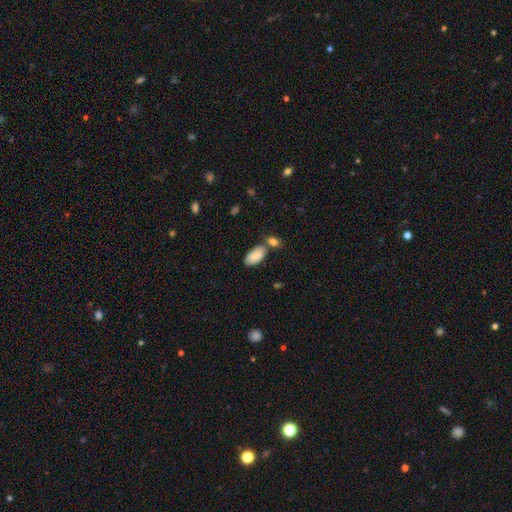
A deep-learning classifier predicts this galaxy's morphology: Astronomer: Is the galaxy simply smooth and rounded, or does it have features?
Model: smooth — 86%.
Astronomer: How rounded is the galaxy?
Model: in between — 94%.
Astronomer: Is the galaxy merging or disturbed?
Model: none — 62%.